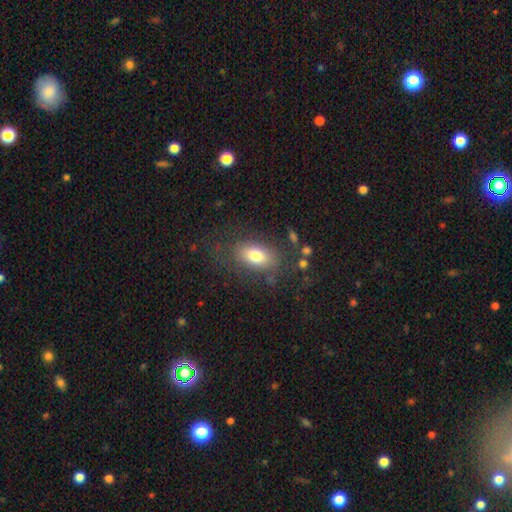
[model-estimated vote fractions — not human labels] Smooth or featured?
  - smooth: 77% *
  - featured or disk: 14%
  - star or artifact: 8%
How rounded?
  - in between: 87% *
  - round: 10%
  - cigar-shaped: 3%
Merging?
  - none: 73% *
  - minor disturbance: 16%
  - major disturbance: 9%
  - merger: 2%